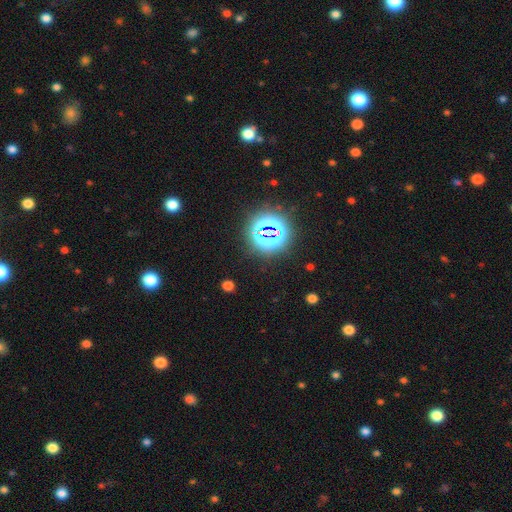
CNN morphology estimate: smooth-or-featured: star or artifact: 82% | smooth: 12% | featured or disk: 6%